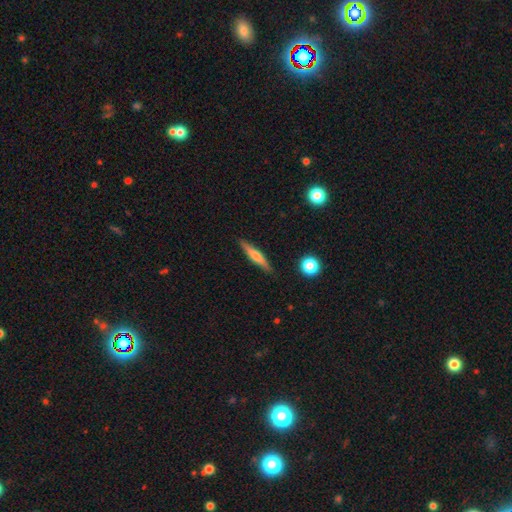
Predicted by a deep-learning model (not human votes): This appears to be a featured or disk galaxy (47%, tied with smooth). Merging: none (88%).